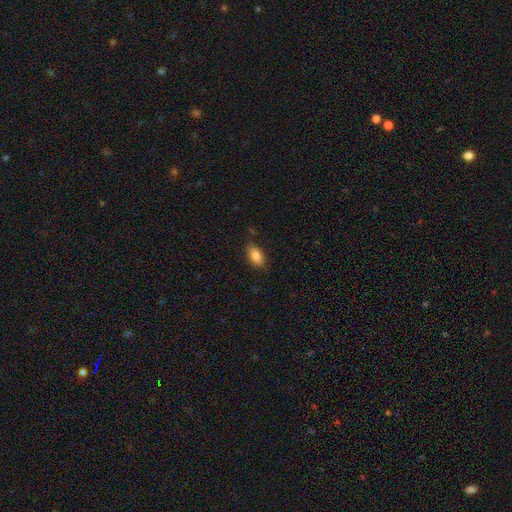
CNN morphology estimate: This is clearly a smooth galaxy (86%). How rounded: clearly in between (91%). Merging: clearly none (83%).